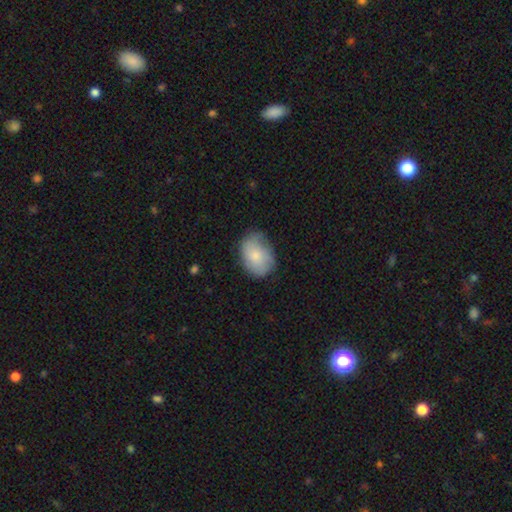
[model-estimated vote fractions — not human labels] The model was most divided on "merging": none: 64%, minor disturbance: 28%, major disturbance: 7%, merger: 1%. More confident: smooth or featured — smooth (76%); how rounded — in between (74%).